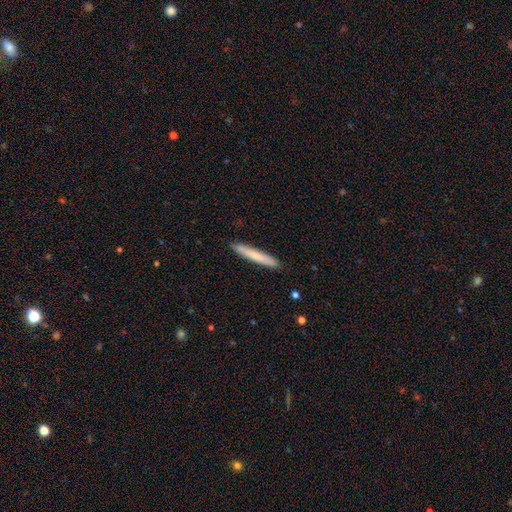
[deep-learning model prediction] Smooth or featured? smooth (74%)
How rounded? cigar-shaped (96%)
Merging? none (91%)